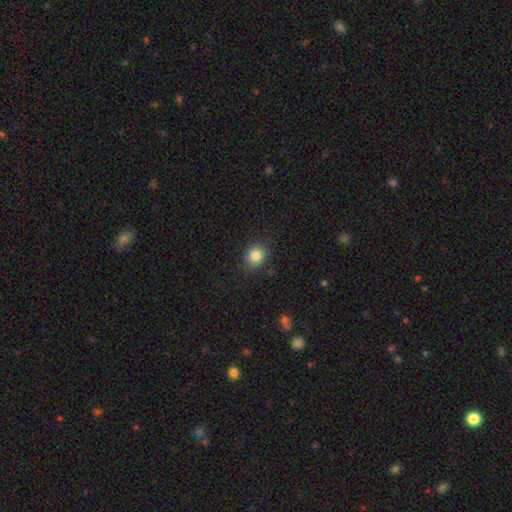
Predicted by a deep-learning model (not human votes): smooth-or-featured: smooth: 83% | star or artifact: 11% | featured or disk: 7%
  how-rounded: round: 63% | in between: 36% | cigar-shaped: 1%
  merging: none: 84% | minor disturbance: 12% | major disturbance: 3% | merger: 1%